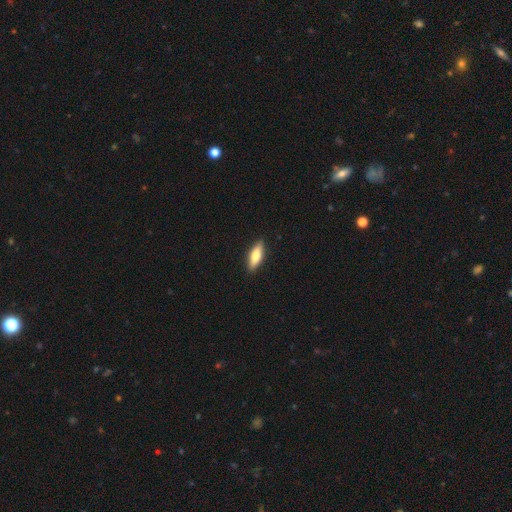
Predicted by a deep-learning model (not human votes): Overall: smooth (70%). How rounded: in between (57%; cigar-shaped 41%). Merging: none (89%).